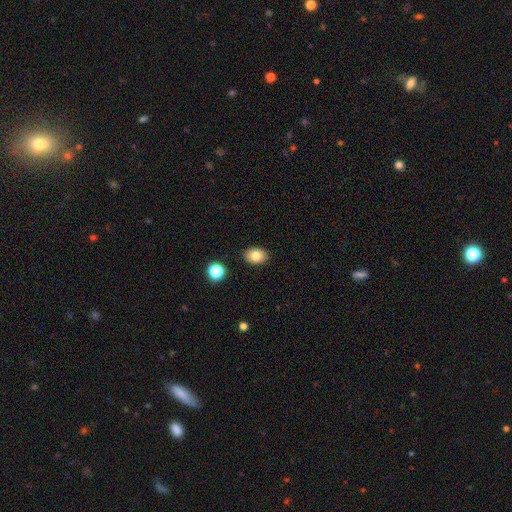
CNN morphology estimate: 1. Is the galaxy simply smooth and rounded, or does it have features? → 82% smooth, 10% star or artifact, 9% featured or disk.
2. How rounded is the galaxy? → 76% in between, 23% round, 1% cigar-shaped.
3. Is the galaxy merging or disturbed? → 89% none, 8% minor disturbance, 2% major disturbance, 2% merger.